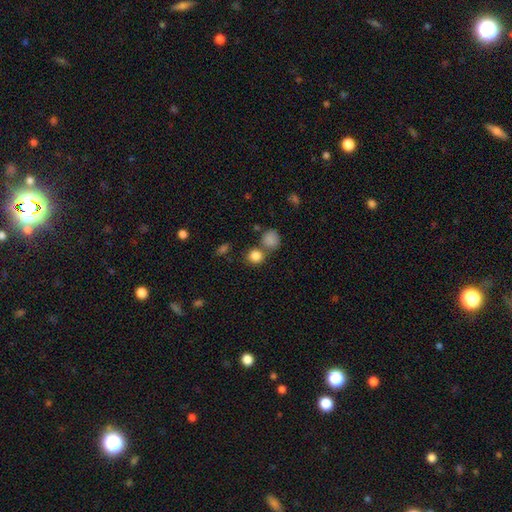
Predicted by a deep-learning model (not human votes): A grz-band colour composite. It shows a smooth galaxy with no disk features (83%) that is round (84%). Merging: none (65%).